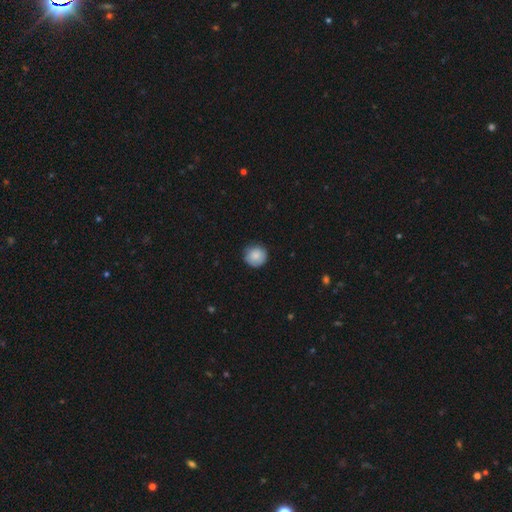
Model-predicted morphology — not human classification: Overall: smooth (85%). How rounded: round (94%). Merging: none (84%).